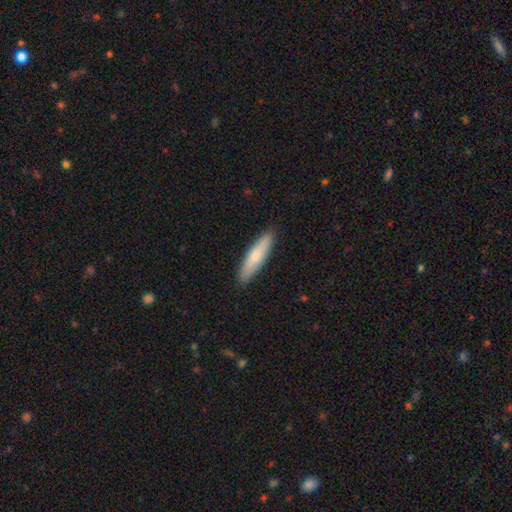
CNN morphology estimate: type=smooth (71%); roundness=cigar-shaped (78%); merging=none (89%).